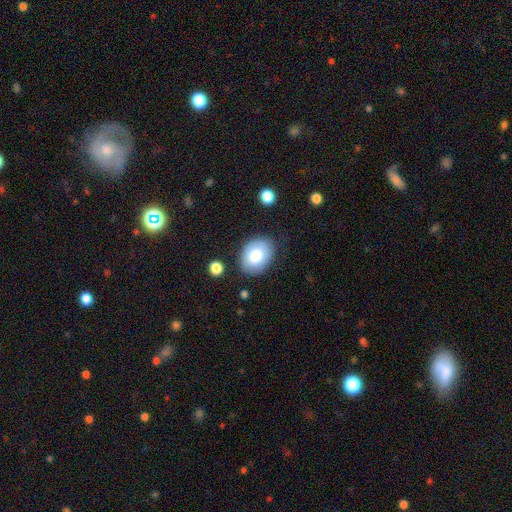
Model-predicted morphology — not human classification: This appears to be a smooth galaxy with no disk features (80%) that is in between round and cigar-shaped (73%). Merging: none (80%).